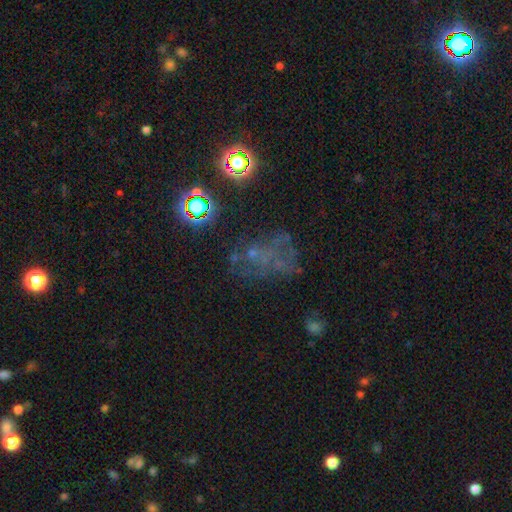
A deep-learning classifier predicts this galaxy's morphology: type=star or artifact (39%).